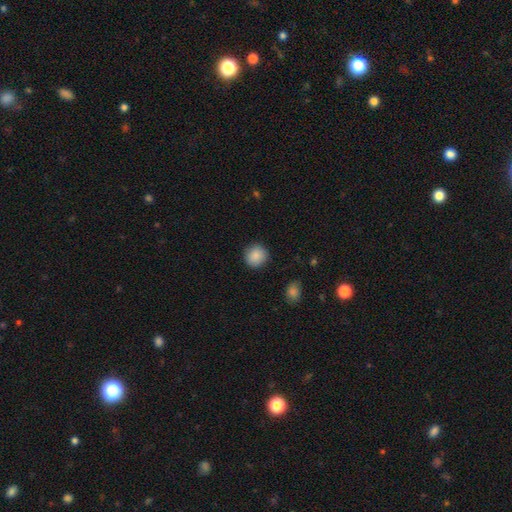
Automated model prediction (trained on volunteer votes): Overall: smooth (89%). How rounded: round (92%). Merging: none (89%).